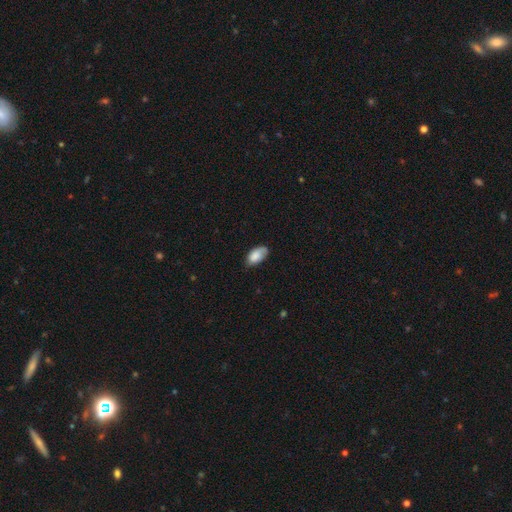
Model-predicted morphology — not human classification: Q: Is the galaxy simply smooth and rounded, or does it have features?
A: smooth — 83%.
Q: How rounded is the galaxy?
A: in between — 94%.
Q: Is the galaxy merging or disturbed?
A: none — 64%.